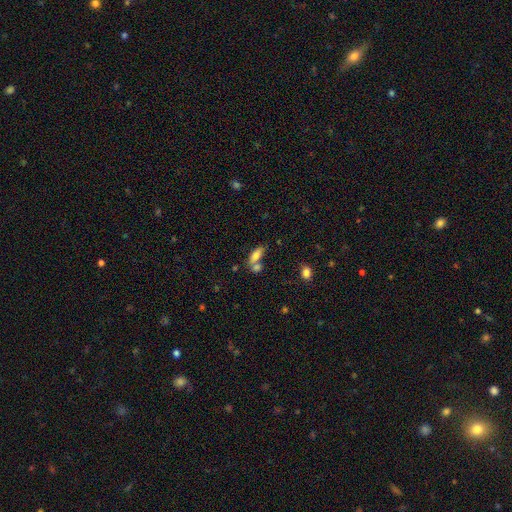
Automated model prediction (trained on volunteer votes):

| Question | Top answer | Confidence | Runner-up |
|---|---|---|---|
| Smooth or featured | smooth | 76% | featured or disk (14%) |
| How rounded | in between | 72% | cigar-shaped (24%) |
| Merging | merger | 43% | none (39%) |